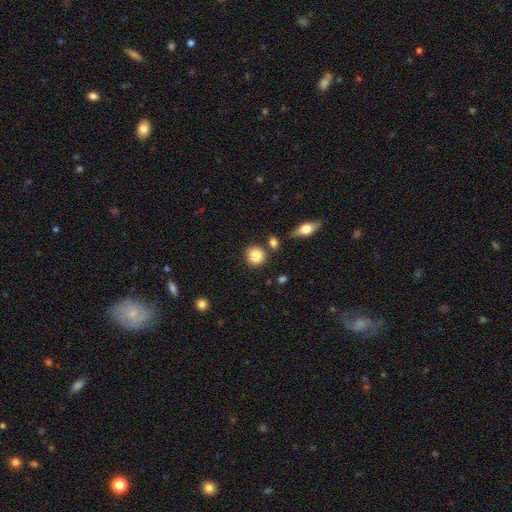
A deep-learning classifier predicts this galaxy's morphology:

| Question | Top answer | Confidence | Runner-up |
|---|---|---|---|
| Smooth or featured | smooth | 85% | star or artifact (8%) |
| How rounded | round | 88% | in between (10%) |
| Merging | none | 81% | minor disturbance (9%) |